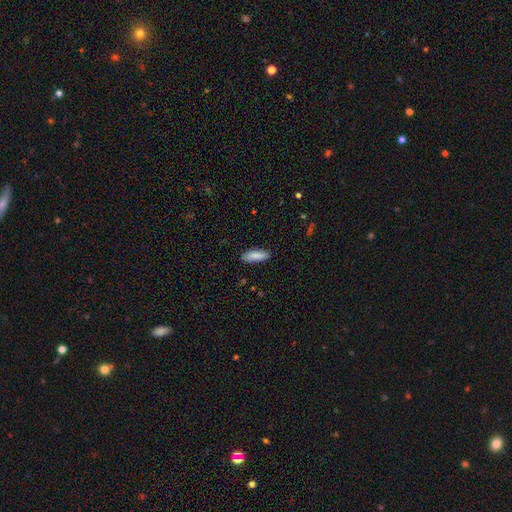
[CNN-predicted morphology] Smooth or featured: smooth — 86% (featured or disk — 8%)
How rounded: in between — 54% (cigar-shaped — 44%)
Merging: none — 87% (minor disturbance — 10%)